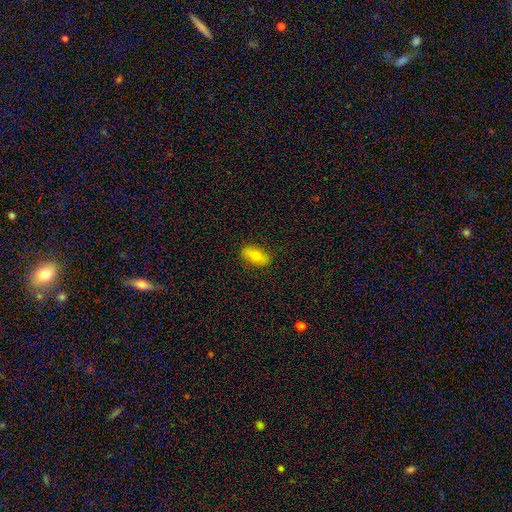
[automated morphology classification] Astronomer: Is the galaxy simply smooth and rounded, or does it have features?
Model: smooth — 74%.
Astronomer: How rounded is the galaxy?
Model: in between — 86%.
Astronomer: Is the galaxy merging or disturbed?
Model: none — 85%.